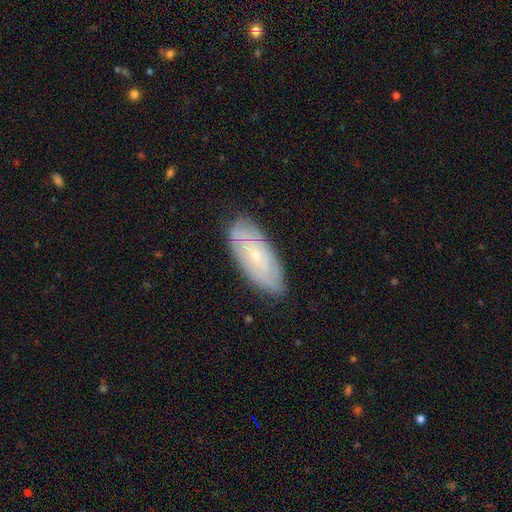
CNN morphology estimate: type=featured or disk (65%); edge-on=no (89%); bar=no (73%); spiral arms=yes (80%); bulge=small (77%); merging=none (80%).